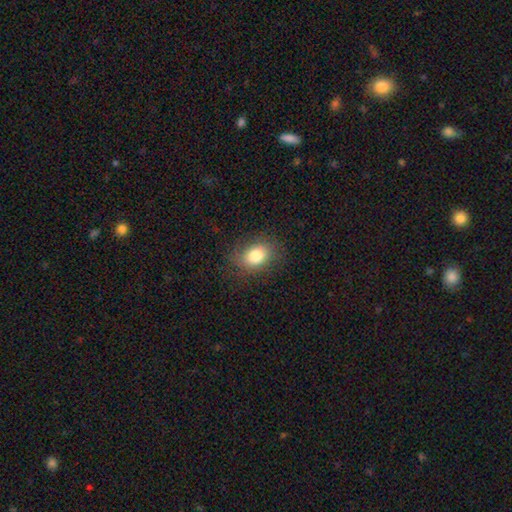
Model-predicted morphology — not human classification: This appears to be a smooth galaxy with no disk features (80%) that is in between round and cigar-shaped (69%). Merging: none (79%).